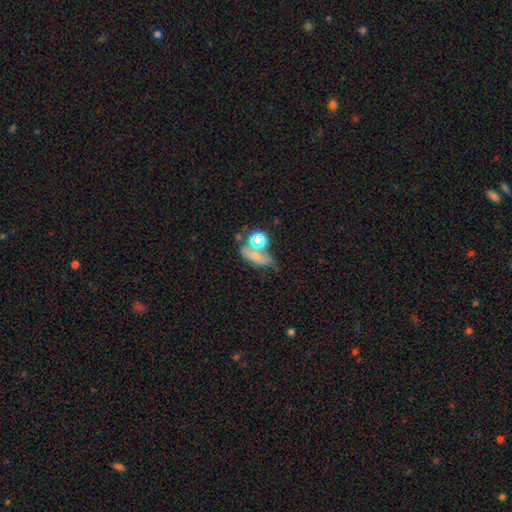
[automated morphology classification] Q: Smooth or featured?
A: smooth (60%); runner-up: featured or disk (22%)
Q: How rounded?
A: in between (63%); runner-up: round (24%)
Q: Merging?
A: none (34%); runner-up: merger (32%)